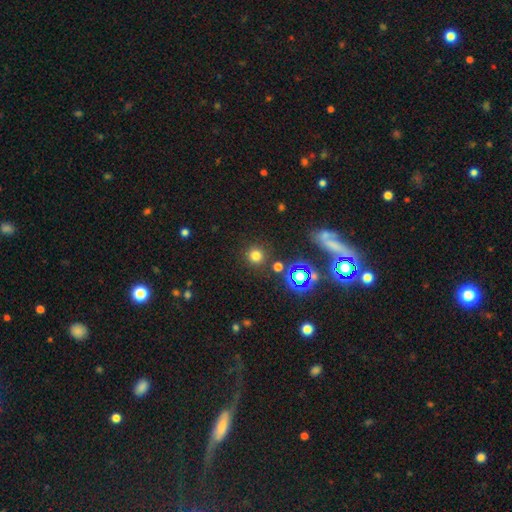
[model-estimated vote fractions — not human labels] smooth 72%, star or artifact 22%, featured or disk 6%. Down the decision tree: how rounded — round (94%); merging — none (87%).